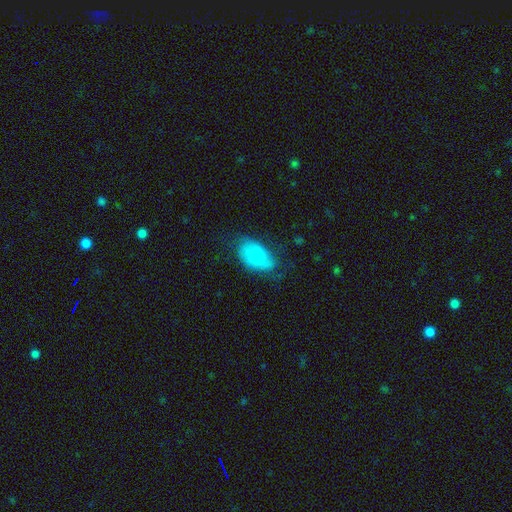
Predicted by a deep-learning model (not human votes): This appears to be a smooth galaxy with no disk features (72%) that is in between round and cigar-shaped (92%). Merging: none (53%).